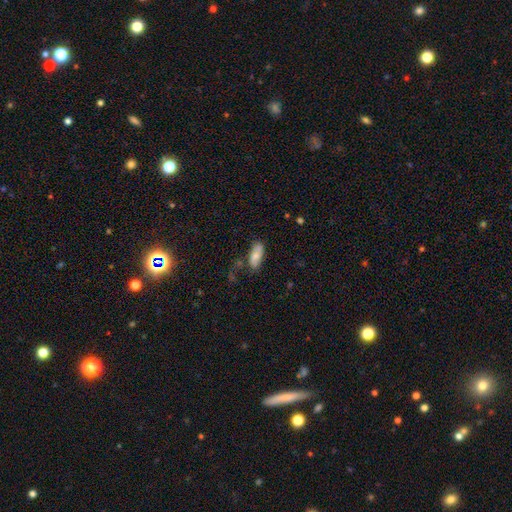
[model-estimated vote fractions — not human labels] Smooth or featured? Predicted: smooth (p=0.72). How rounded? Predicted: in between (p=0.82). Merging? Predicted: none (p=0.58).